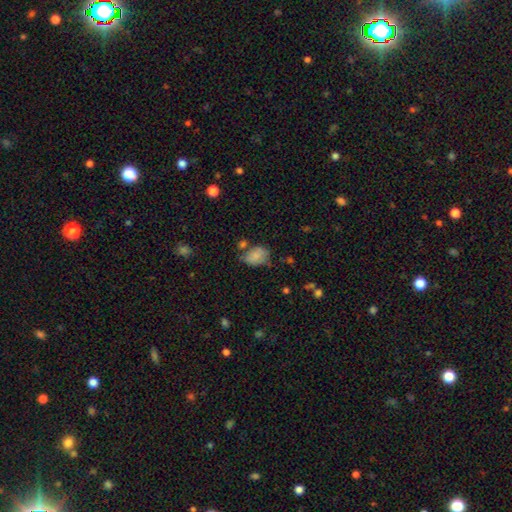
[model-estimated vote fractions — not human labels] This appears to be a smooth galaxy with no disk features (80%) that is in between round and cigar-shaped (74%). Merging: none (48%).